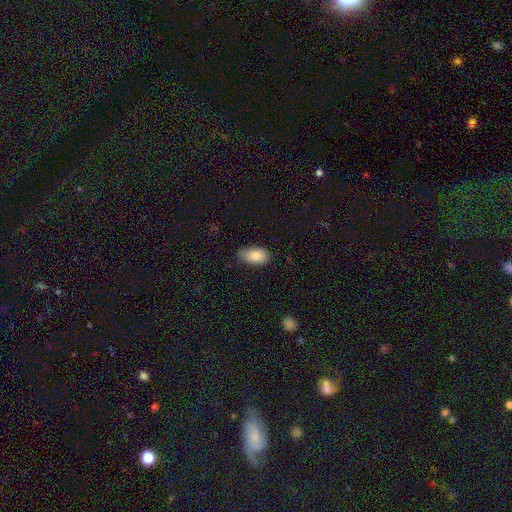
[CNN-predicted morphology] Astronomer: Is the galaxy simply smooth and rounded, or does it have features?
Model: smooth — 86%.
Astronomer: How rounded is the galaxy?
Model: in between — 93%.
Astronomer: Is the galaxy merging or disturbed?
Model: none — 63%.